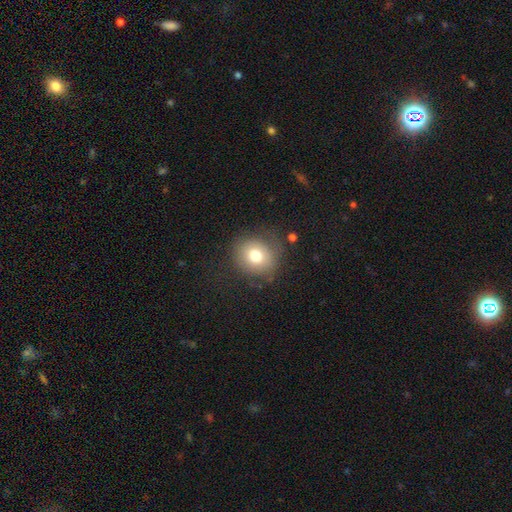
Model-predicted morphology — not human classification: Q: Smooth or featured?
A: smooth (75%); runner-up: featured or disk (14%)
Q: How rounded?
A: round (80%); runner-up: in between (19%)
Q: Merging?
A: none (78%); runner-up: minor disturbance (14%)